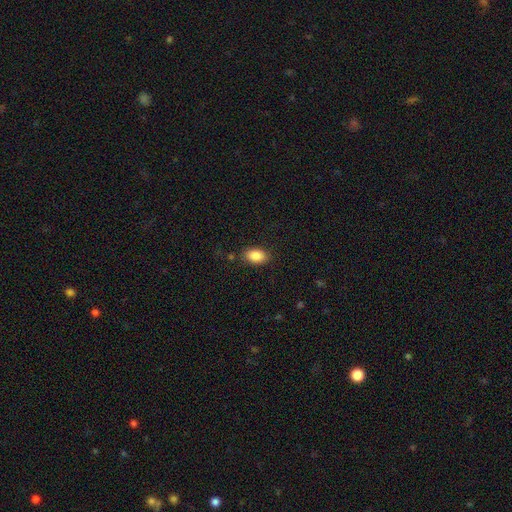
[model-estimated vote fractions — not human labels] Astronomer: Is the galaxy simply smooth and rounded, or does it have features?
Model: smooth — 88%.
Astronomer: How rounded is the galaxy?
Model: in between — 91%.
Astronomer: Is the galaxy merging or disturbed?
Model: none — 85%.